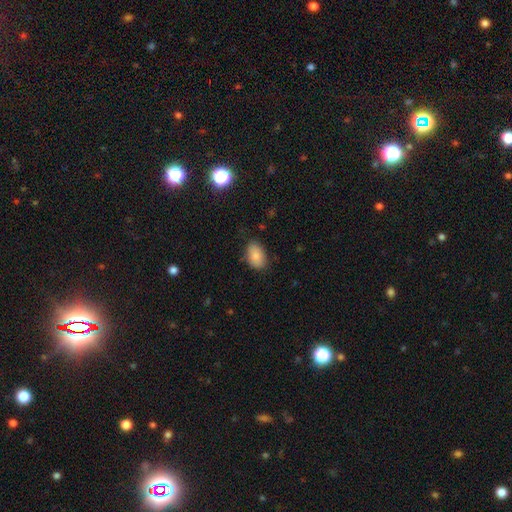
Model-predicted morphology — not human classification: Q: Smooth or featured?
A: smooth (85%); runner-up: star or artifact (8%)
Q: How rounded?
A: in between (88%); runner-up: round (10%)
Q: Merging?
A: none (78%); runner-up: minor disturbance (17%)